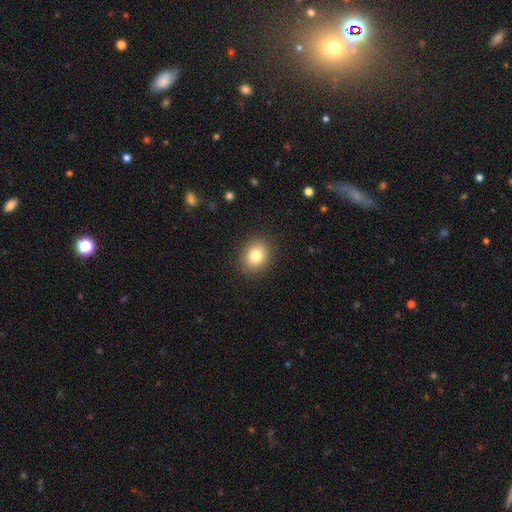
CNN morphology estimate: Smooth or featured? Predicted: smooth (p=0.82). How rounded? Predicted: round (p=0.66). Merging? Predicted: none (p=0.89).